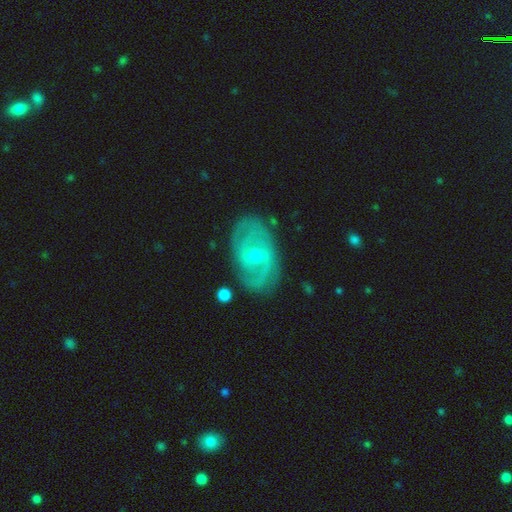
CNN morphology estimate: smooth_or_featured: featured or disk (p=0.82) [alt: smooth p=0.12]
disk_edge_on: no (p=0.95) [alt: yes p=0.05]
bar: weak (p=0.48) [alt: no p=0.33]
has_spiral_arms: yes (p=0.85) [alt: no p=0.15]
spiral_winding: tight (p=0.50) [alt: medium p=0.37]
spiral_arm_count: 2 (p=0.54) [alt: can't tell p=0.26]
bulge_size: small (p=0.54) [alt: moderate p=0.44]
merging: none (p=0.77) [alt: minor disturbance p=0.16]